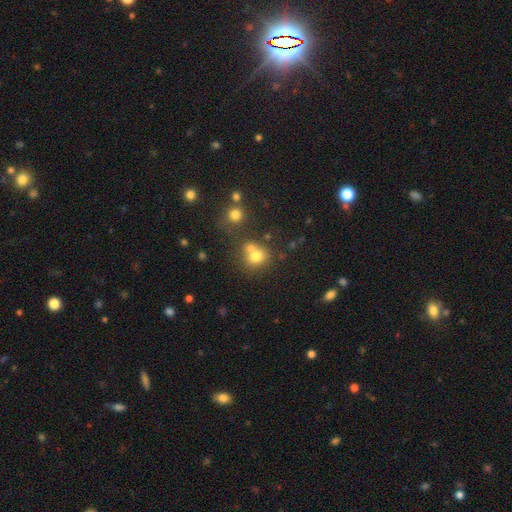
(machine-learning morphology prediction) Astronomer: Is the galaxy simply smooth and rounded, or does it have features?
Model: smooth — 74%.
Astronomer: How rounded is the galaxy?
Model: round — 71%.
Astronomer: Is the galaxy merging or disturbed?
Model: none — 45% (runner-up: merger, 40%).